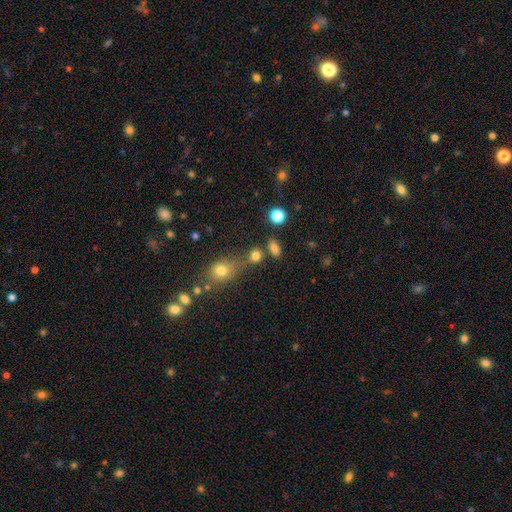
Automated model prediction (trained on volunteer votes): Overall: smooth (79%). How rounded: in between (58%; round 38%). Merging: none (62%).